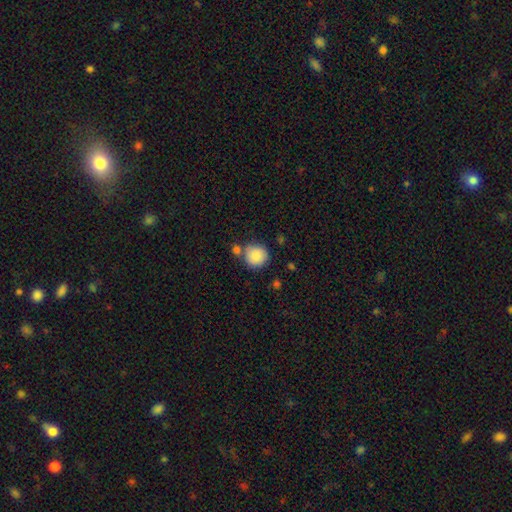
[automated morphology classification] Smooth or featured: smooth — 86% (star or artifact — 8%)
How rounded: round — 92% (in between — 7%)
Merging: none — 69% (merger — 15%)